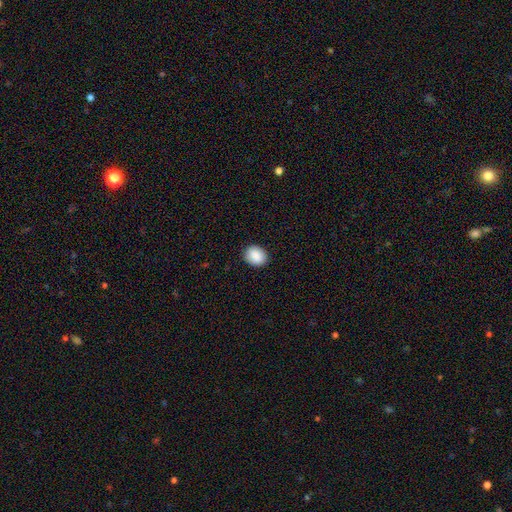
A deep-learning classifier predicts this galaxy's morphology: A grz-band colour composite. It shows a smooth galaxy with no disk features (90%) that is round (61%). Merging: none (90%).